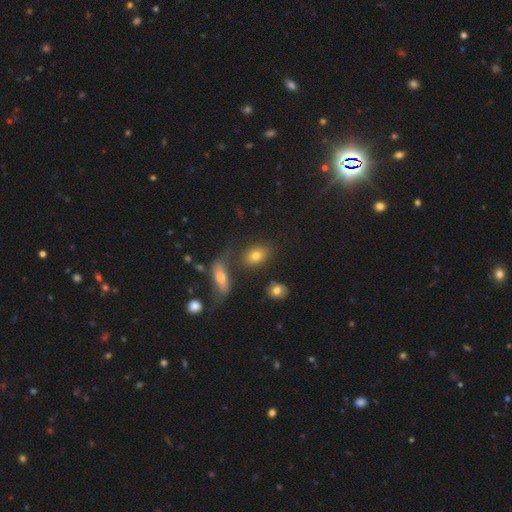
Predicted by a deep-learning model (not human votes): The model was most divided on "merging": none: 65%, merger: 15%, minor disturbance: 13%, major disturbance: 6%. More confident: how rounded — in between (78%); smooth or featured — smooth (74%).